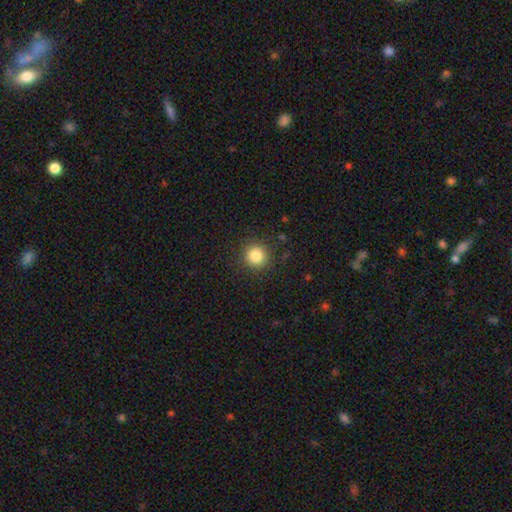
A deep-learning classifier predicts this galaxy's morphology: Smooth or featured?
  - smooth: 84% *
  - star or artifact: 11%
  - featured or disk: 5%
How rounded?
  - round: 93% *
  - in between: 6%
  - cigar-shaped: 1%
Merging?
  - none: 90% *
  - minor disturbance: 6%
  - major disturbance: 2%
  - merger: 1%